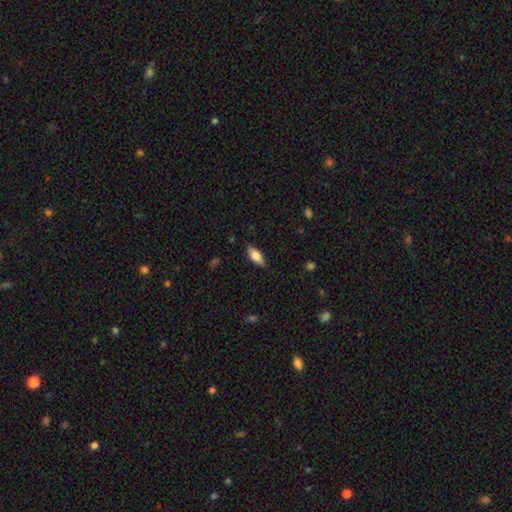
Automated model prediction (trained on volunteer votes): The model was most divided on "smooth or featured": smooth: 75%, featured or disk: 18%, star or artifact: 7%. More confident: merging — none (84%); how rounded — in between (81%).